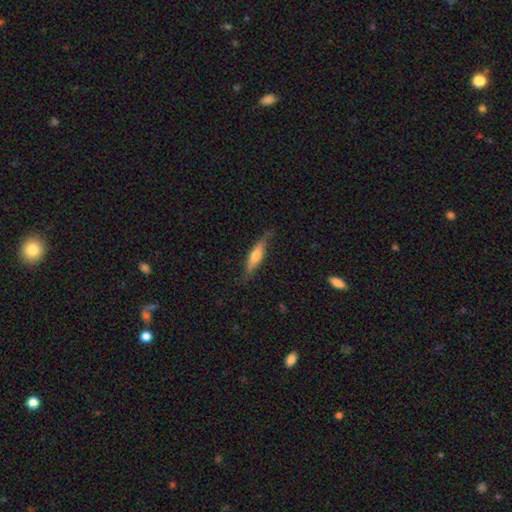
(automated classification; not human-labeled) Morphology: type=smooth (53%); roundness=cigar-shaped (75%); merging=none (76%).